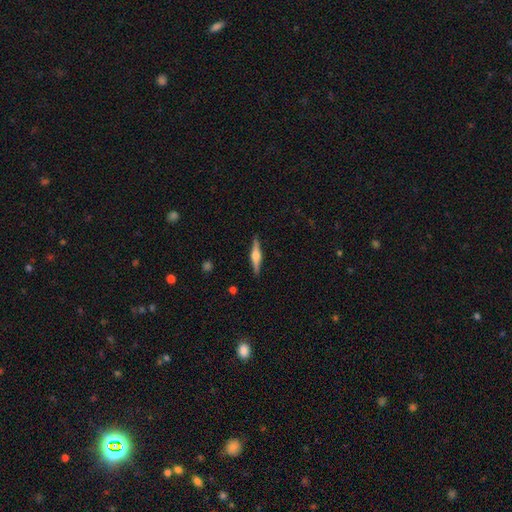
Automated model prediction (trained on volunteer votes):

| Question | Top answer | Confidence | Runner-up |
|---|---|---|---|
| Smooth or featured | featured or disk | 69% | smooth (25%) |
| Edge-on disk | yes | 98% | no (2%) |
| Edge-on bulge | rounded | 88% | boxy (10%) |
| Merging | none | 90% | minor disturbance (7%) |